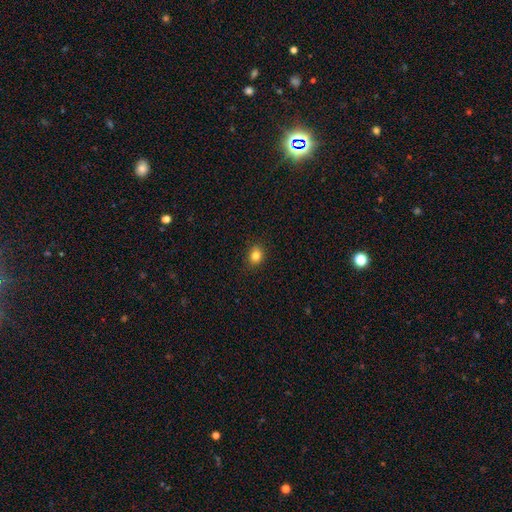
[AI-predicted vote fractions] Smooth or featured: smooth — 82% (star or artifact — 12%)
How rounded: round — 62% (in between — 37%)
Merging: none — 87% (minor disturbance — 10%)